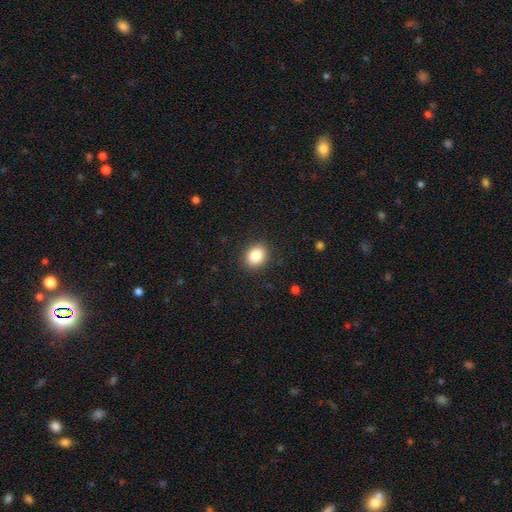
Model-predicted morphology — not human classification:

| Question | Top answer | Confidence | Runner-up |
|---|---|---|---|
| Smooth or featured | smooth | 86% | star or artifact (9%) |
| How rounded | round | 57% | in between (42%) |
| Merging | none | 89% | minor disturbance (8%) |